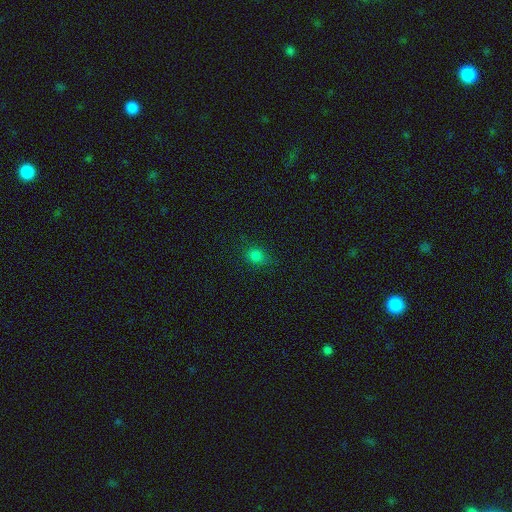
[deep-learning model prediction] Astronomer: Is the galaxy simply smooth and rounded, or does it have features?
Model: smooth — 79%.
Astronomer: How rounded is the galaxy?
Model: round — 66%.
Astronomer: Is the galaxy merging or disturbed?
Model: none — 80%.